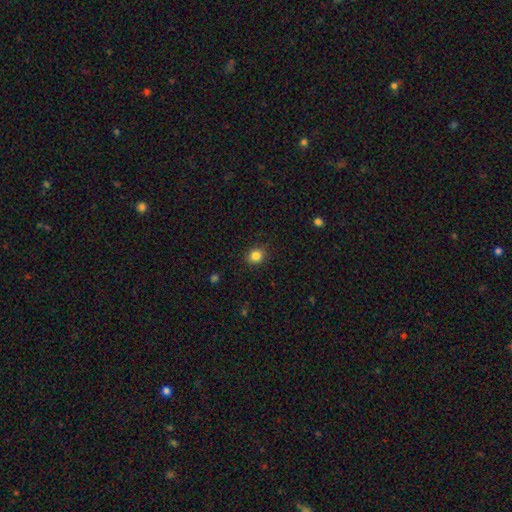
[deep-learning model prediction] smooth 85%, star or artifact 11%, featured or disk 5%. Down the decision tree: how rounded — round (71%); merging — none (87%).